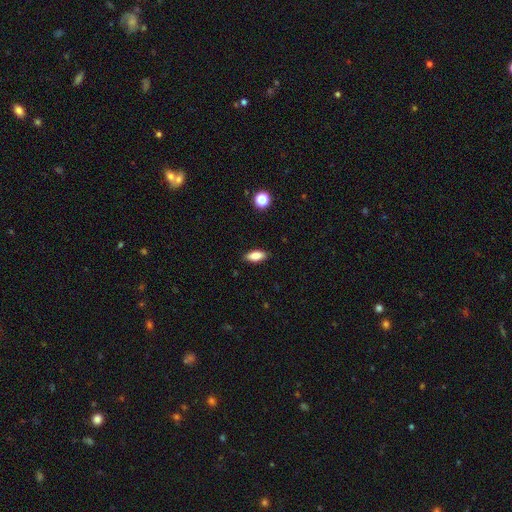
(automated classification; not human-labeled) Overall: smooth (83%). How rounded: in between (81%). Merging: none (88%).